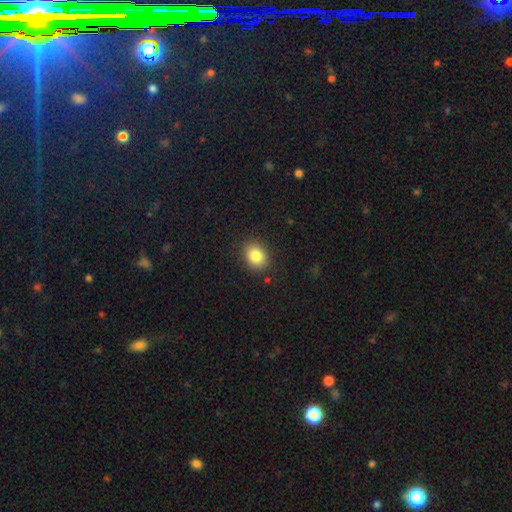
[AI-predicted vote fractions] smooth_or_featured: smooth (p=0.84) [alt: star or artifact p=0.09]
how_rounded: round (p=0.51) [alt: in between p=0.48]
merging: none (p=0.87) [alt: minor disturbance p=0.09]